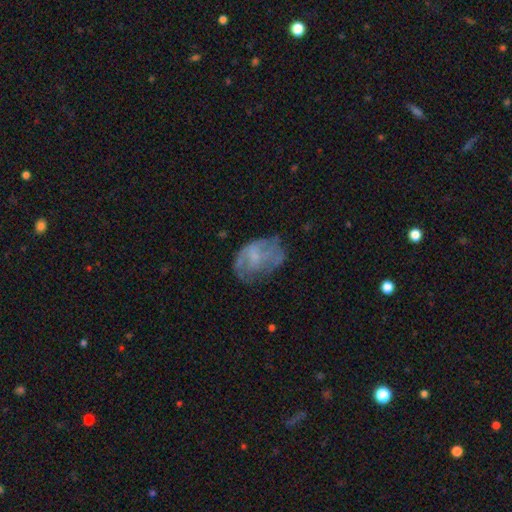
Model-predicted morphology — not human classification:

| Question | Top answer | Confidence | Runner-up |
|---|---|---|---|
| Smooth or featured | featured or disk | 51% | smooth (39%) |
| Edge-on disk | no | 97% | yes (3%) |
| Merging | none | 47% | minor disturbance (27%) |